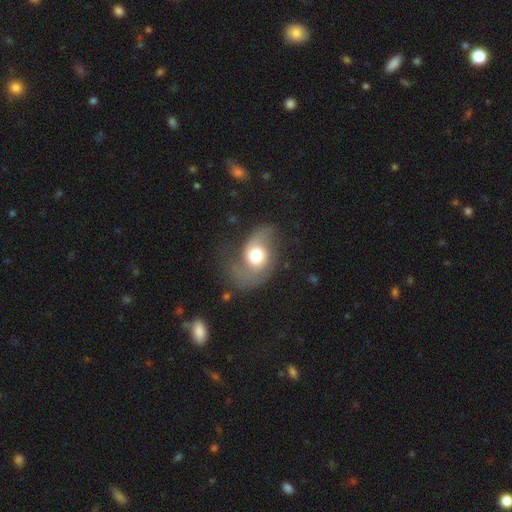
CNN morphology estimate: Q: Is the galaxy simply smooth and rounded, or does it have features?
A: featured or disk — 67%.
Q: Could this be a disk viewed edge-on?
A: no — 96%.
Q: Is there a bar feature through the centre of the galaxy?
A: no — 72%.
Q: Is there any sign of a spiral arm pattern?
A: yes — 88%.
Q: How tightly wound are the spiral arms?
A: loose — 50%.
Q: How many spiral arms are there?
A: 2 — 83%.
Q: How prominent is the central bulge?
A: moderate — 49%.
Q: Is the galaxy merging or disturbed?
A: none — 48%.